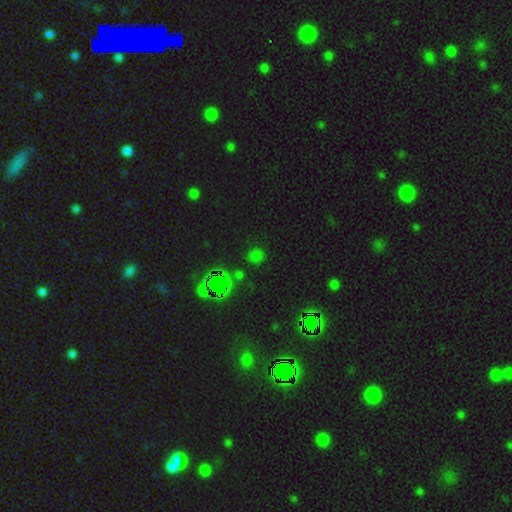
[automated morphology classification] Overall: star or artifact (48%; smooth 45%).